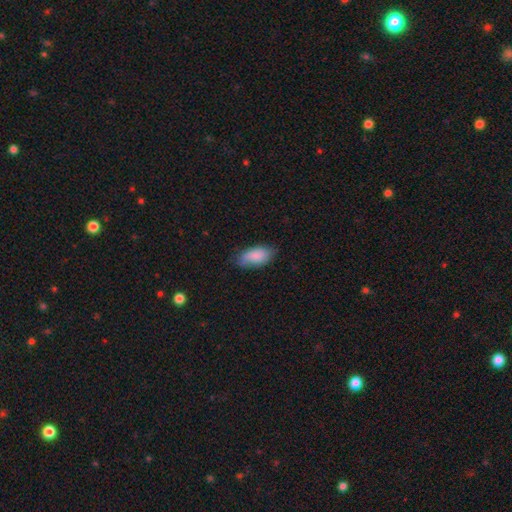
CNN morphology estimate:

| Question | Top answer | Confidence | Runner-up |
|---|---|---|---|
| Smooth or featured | smooth | 86% | featured or disk (7%) |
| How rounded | in between | 91% | cigar-shaped (7%) |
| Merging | none | 72% | minor disturbance (22%) |